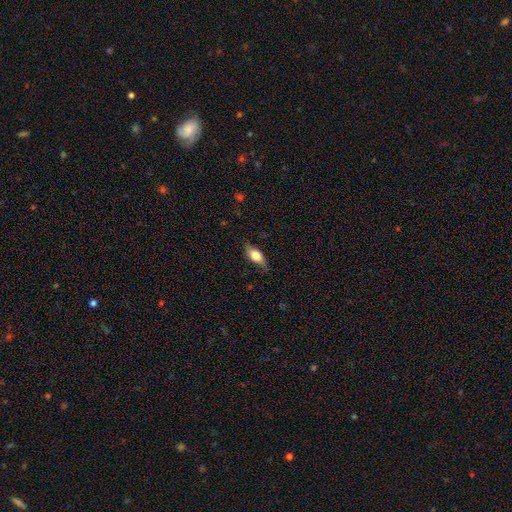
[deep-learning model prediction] This is likely a smooth galaxy (69%). How rounded: clearly in between (81%). Merging: likely none (75%).